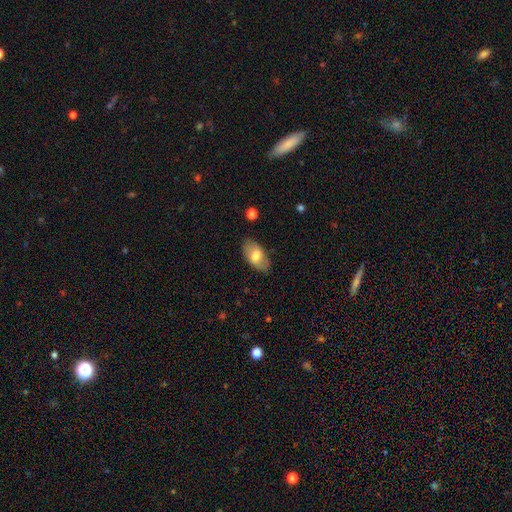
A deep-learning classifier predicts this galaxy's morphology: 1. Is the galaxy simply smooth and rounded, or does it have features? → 69% smooth, 25% featured or disk, 6% star or artifact.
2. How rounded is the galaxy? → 93% in between, 5% round, 2% cigar-shaped.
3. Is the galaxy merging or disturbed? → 81% none, 14% minor disturbance, 3% major disturbance, 1% merger.